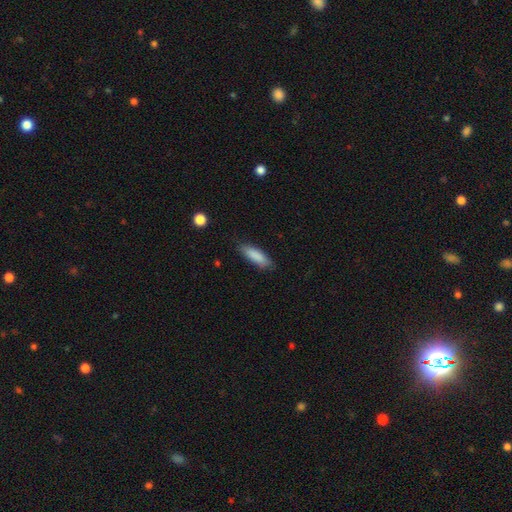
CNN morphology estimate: type=smooth (86%); roundness=in between (53%); merging=none (80%).